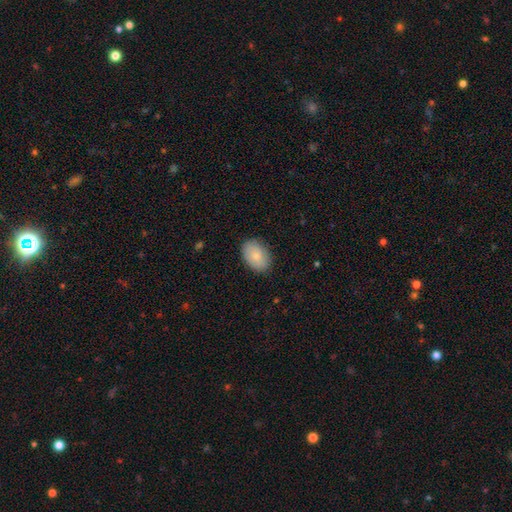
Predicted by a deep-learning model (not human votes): A smooth galaxy with no disk features (78%) that is in between round and cigar-shaped (85%).

Vote fractions:
- Smooth or featured? smooth: 78% / featured or disk: 16% / star or artifact: 6%
- How rounded? in between: 85% / round: 13% / cigar-shaped: 1%
- Merging? none: 86% / minor disturbance: 11% / major disturbance: 2% / merger: 1%